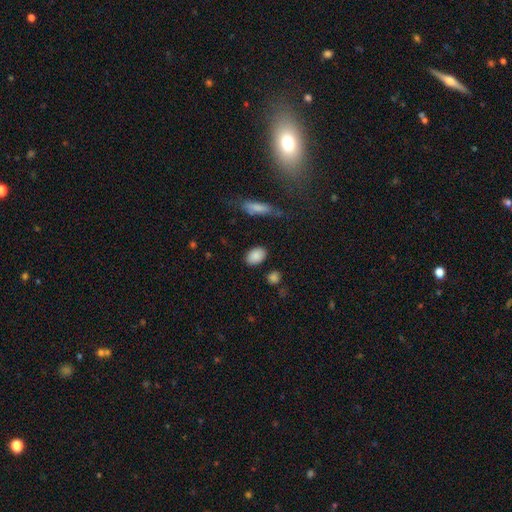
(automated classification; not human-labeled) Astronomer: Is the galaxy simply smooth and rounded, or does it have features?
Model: smooth — 87%.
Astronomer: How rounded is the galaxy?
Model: in between — 87%.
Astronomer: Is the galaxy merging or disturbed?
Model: none — 84%.